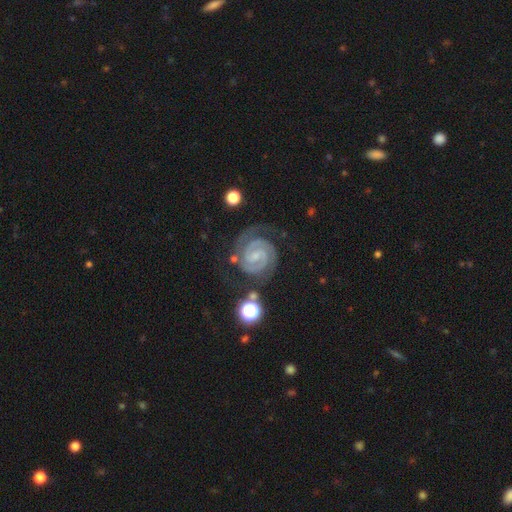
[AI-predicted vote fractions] Smooth or featured? Predicted: featured or disk (p=0.92). Edge-on disk? Predicted: no (p=0.98). Bar? Predicted: weak (p=0.48). Spiral arms? Predicted: yes (p=0.99). Spiral winding? Predicted: tight (p=0.76). Spiral arm count? Predicted: 2 (p=0.89). Bulge size? Predicted: small (p=0.65). Merging? Predicted: none (p=0.75).